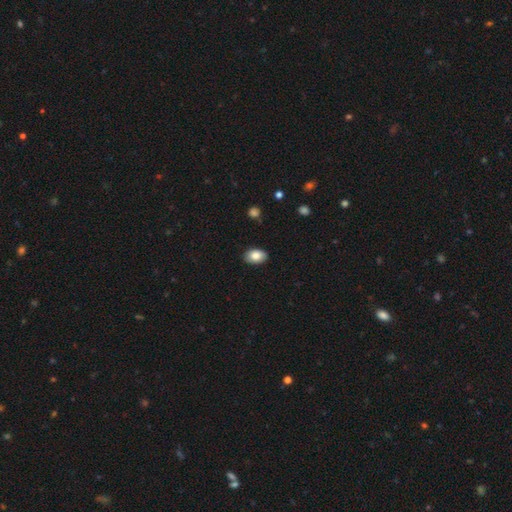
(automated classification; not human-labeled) Smooth or featured? Predicted: smooth (p=0.85). How rounded? Predicted: in between (p=0.88). Merging? Predicted: none (p=0.87).